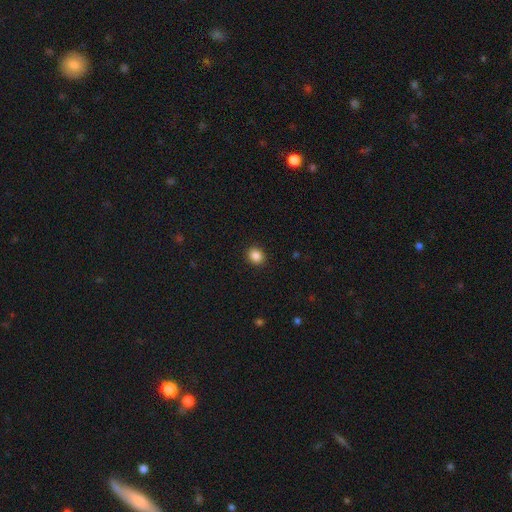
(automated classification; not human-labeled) A smooth galaxy with no disk features (87%) that is round (72%). Merging: none (91%).